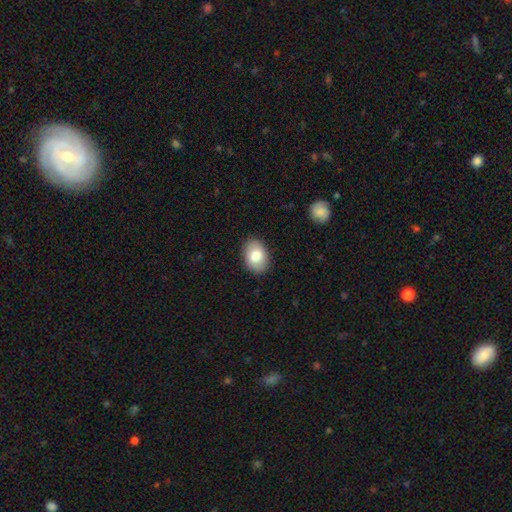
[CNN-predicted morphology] Overall: smooth (81%). How rounded: in between (82%). Merging: none (88%).